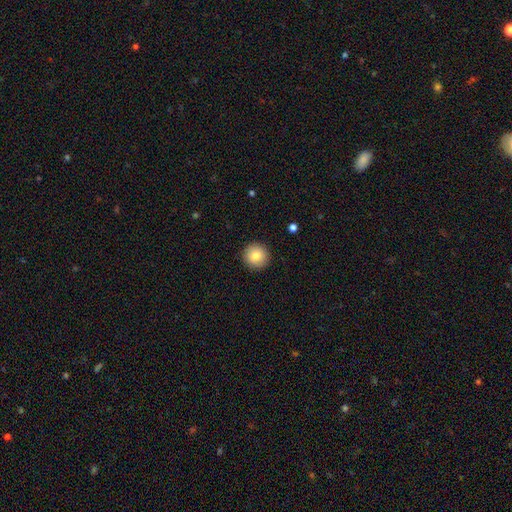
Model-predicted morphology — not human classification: Q: Smooth or featured?
A: smooth (82%); runner-up: featured or disk (9%)
Q: How rounded?
A: round (95%); runner-up: in between (4%)
Q: Merging?
A: none (92%); runner-up: minor disturbance (5%)